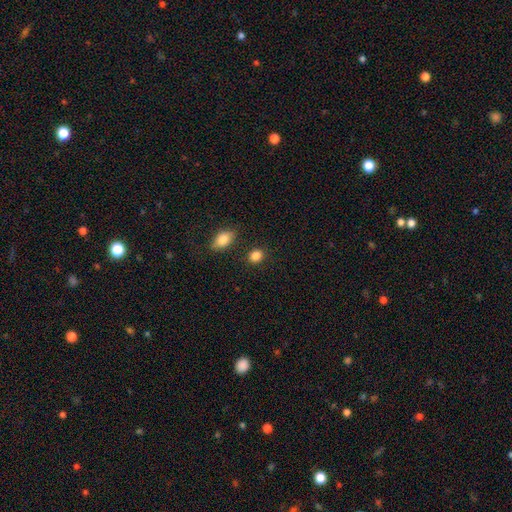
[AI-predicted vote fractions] Smooth or featured: smooth — 86% (star or artifact — 10%)
How rounded: round — 50% (in between — 48%)
Merging: none — 83% (minor disturbance — 9%)